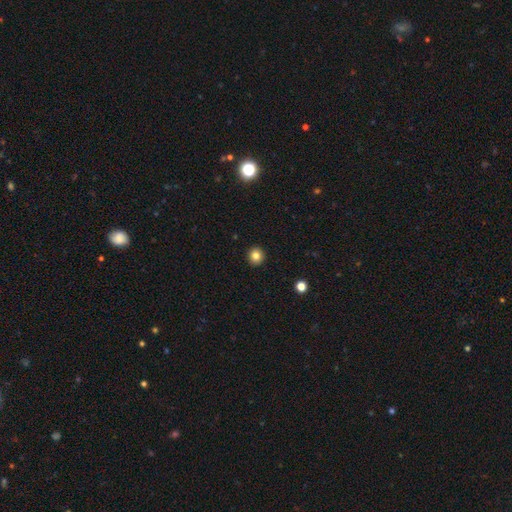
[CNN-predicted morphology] A smooth galaxy with no disk features (83%) that is round (93%).

Vote fractions:
- Smooth or featured? smooth: 83% / star or artifact: 11% / featured or disk: 6%
- How rounded? round: 93% / in between: 6% / cigar-shaped: 1%
- Merging? none: 93% / minor disturbance: 4% / major disturbance: 1% / merger: 1%